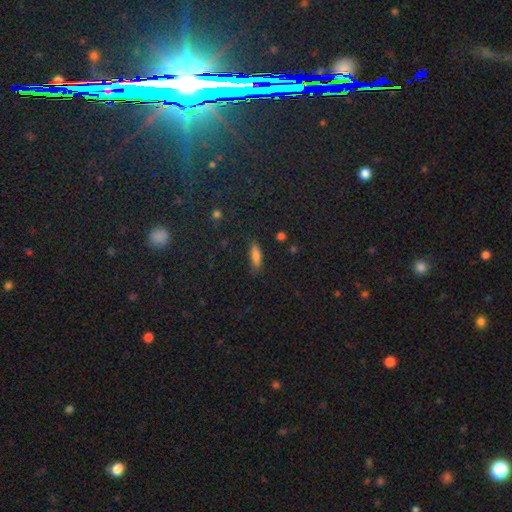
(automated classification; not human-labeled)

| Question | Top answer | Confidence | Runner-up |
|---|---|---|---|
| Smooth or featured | smooth | 79% | featured or disk (11%) |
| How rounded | cigar-shaped | 50% | in between (47%) |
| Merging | none | 78% | minor disturbance (16%) |